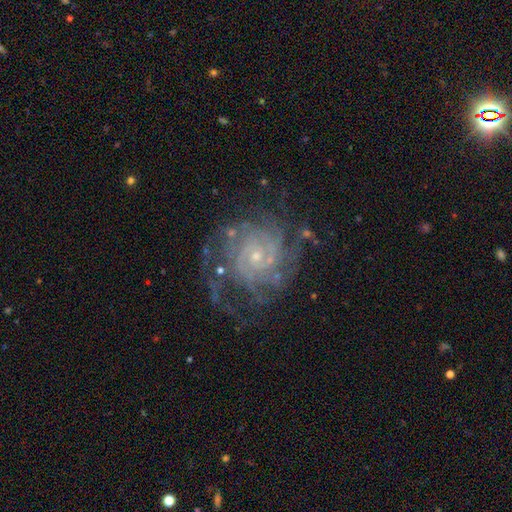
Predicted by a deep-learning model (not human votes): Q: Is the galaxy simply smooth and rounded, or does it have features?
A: featured or disk — 87%.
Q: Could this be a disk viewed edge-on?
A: no — 98%.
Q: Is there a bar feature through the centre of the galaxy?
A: no — 70%.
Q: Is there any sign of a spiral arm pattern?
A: yes — 97%.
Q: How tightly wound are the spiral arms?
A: tight — 73%.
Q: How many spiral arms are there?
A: can't tell — 30%.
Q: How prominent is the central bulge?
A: small — 77%.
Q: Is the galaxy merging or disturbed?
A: none — 67%.